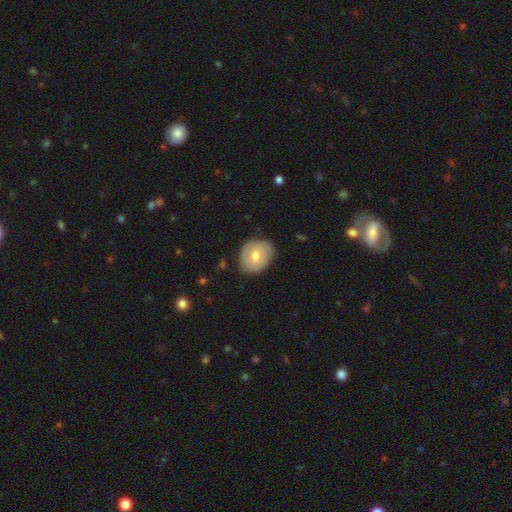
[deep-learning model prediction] Overall: smooth (62%; featured or disk 31%). How rounded: round (54%; in between 45%). Merging: none (76%).